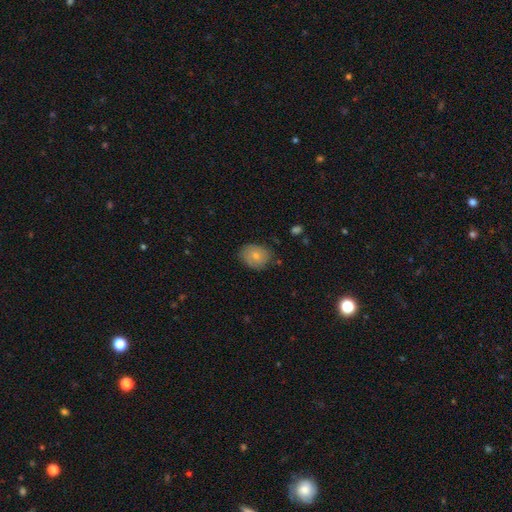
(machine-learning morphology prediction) This is likely a smooth galaxy (73%). How rounded: possibly in between (50%). Merging: likely none (72%).